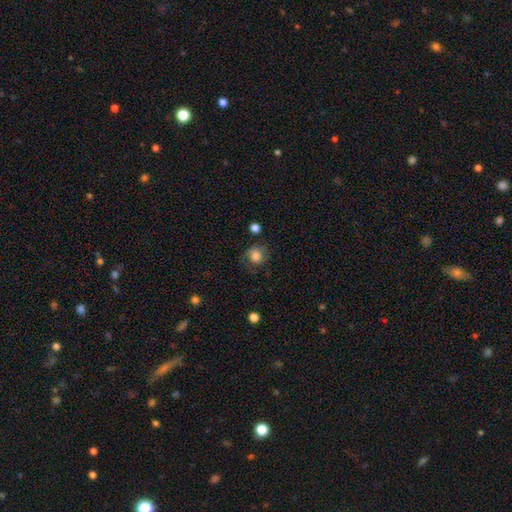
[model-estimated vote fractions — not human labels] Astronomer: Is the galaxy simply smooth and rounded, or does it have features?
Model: smooth — 76%.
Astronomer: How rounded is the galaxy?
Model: round — 78%.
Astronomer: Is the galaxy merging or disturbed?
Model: none — 62%.